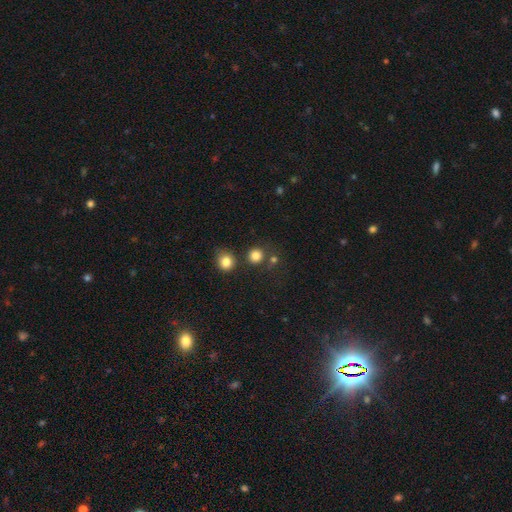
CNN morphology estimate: The model was most divided on "merging": none: 75%, merger: 13%, minor disturbance: 9%, major disturbance: 4%. More confident: how rounded — round (89%); smooth or featured — smooth (81%).